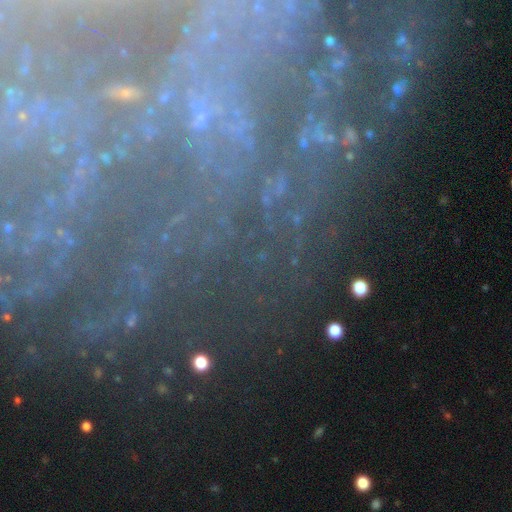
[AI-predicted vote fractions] This is marginally a featured or disk galaxy (45%). Merging: likely none (72%).